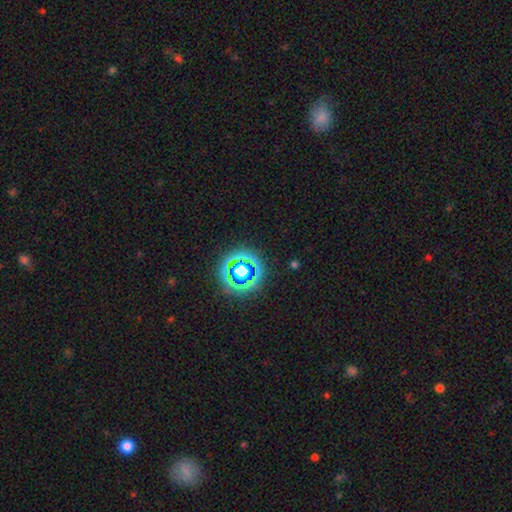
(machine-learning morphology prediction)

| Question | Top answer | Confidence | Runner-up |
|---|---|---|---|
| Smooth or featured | star or artifact | 75% | smooth (19%) |